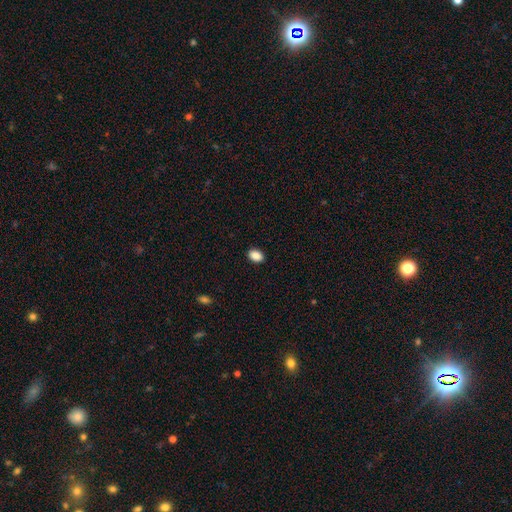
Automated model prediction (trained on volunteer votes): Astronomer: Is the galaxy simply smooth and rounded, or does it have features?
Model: smooth — 89%.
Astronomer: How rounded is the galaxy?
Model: in between — 79%.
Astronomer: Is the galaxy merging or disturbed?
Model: none — 90%.